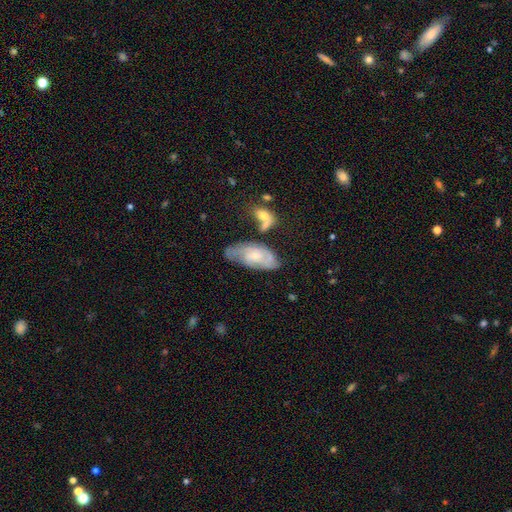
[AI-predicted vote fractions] This appears to be a featured or disk galaxy (66%) with no bar (71%), 2 (39%) tight (50%) spiral arms (85%) and a small central bulge (62%). Merging: none (46%).